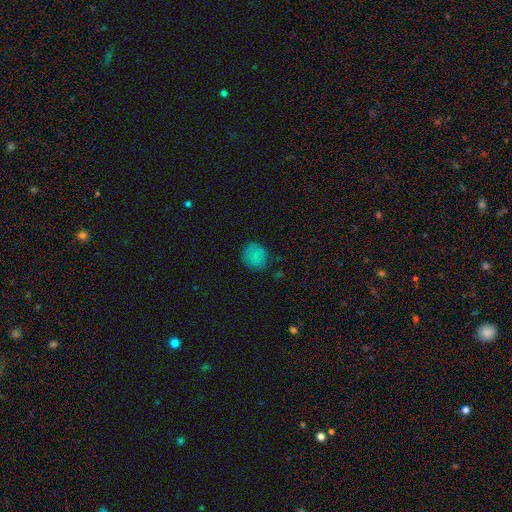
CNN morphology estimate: The model was most divided on "merging": none: 78%, minor disturbance: 16%, major disturbance: 4%, merger: 2%. More confident: how rounded — round (84%); smooth or featured — smooth (79%).